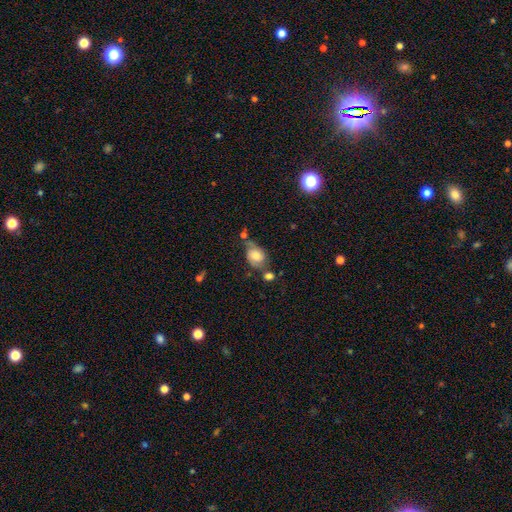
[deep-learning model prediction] Morphology: type=smooth (62%); roundness=in between (57%); merging=none (41%).